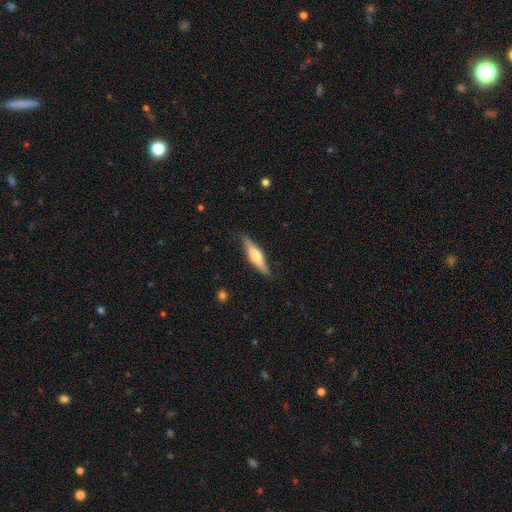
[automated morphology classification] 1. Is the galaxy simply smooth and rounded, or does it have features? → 49% featured or disk, 46% smooth, 5% star or artifact.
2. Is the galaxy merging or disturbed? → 83% none, 13% minor disturbance, 3% major disturbance, 1% merger.